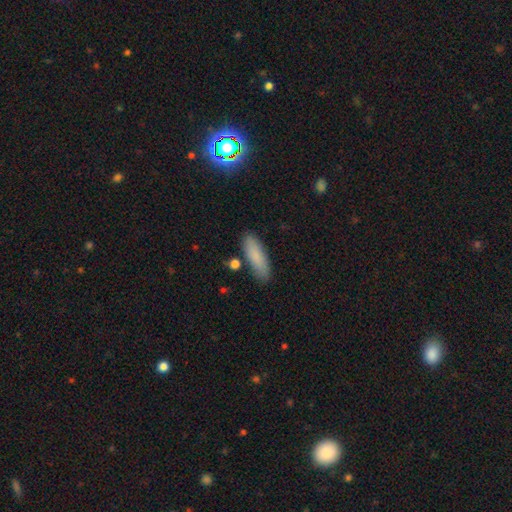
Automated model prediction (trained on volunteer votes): This is clearly a smooth galaxy (84%). How rounded: possibly cigar-shaped (51%). Merging: clearly none (83%).